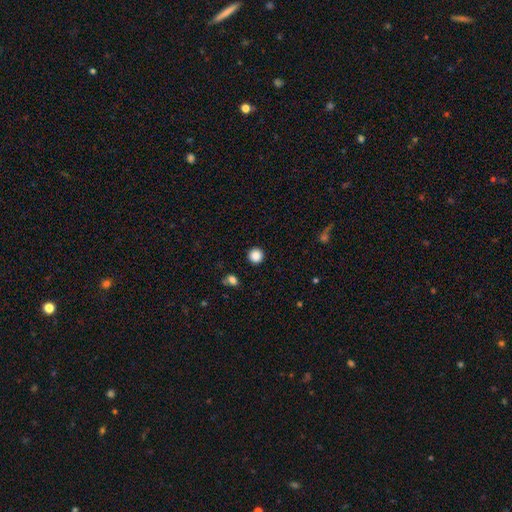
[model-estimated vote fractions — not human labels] smooth 87%, star or artifact 10%, featured or disk 3%. Down the decision tree: how rounded — round (95%); merging — none (92%).